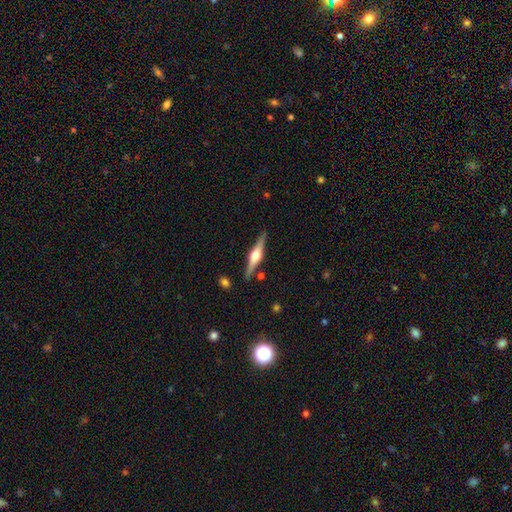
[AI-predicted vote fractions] Overall: featured or disk (76%). Edge-on disk: yes (98%). Edge-on bulge: rounded (92%). Merging: none (88%).